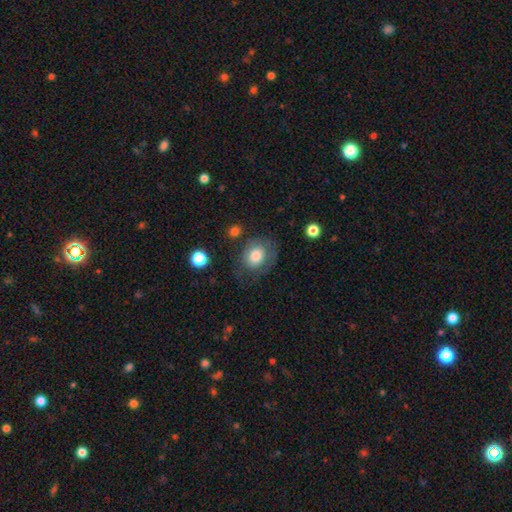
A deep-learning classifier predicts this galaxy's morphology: Smooth or featured?
  - smooth: 72% *
  - featured or disk: 20%
  - star or artifact: 8%
How rounded?
  - round: 54% *
  - in between: 45%
  - cigar-shaped: 1%
Merging?
  - none: 57% *
  - minor disturbance: 23%
  - major disturbance: 17%
  - merger: 3%